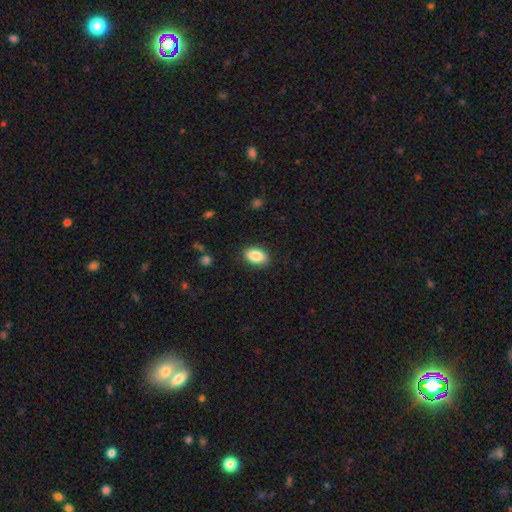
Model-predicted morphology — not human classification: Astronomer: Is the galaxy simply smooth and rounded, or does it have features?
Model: smooth — 87%.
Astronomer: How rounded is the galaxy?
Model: in between — 90%.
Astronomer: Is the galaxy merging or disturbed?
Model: none — 88%.